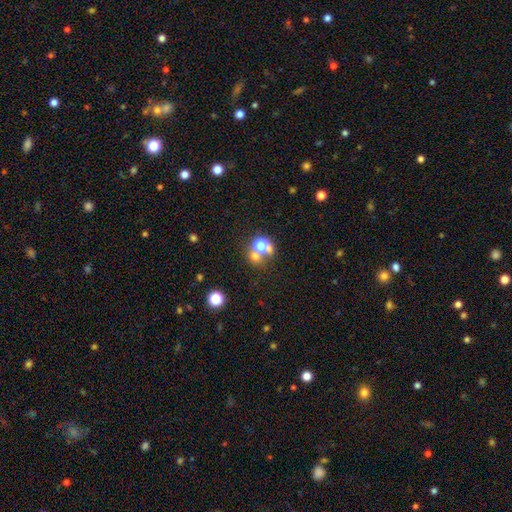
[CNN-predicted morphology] This is possibly a smooth galaxy (59%). How rounded: likely round (72%). Merging: possibly merger (46%).